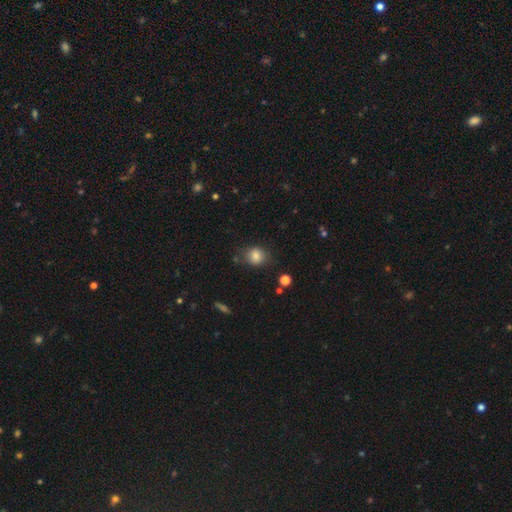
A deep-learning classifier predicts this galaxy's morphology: smooth 79%, star or artifact 11%, featured or disk 10%. Down the decision tree: how rounded — round (60%); merging — none (72%).